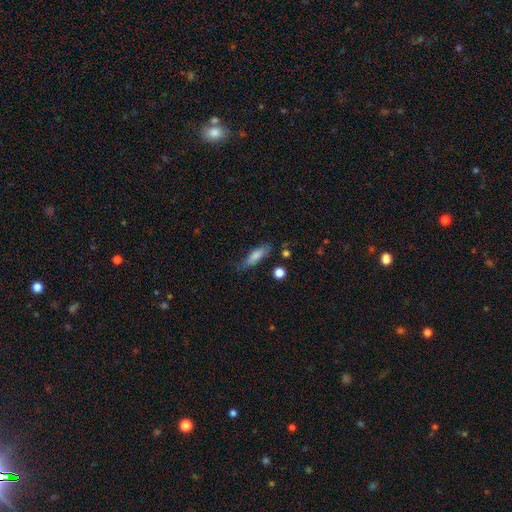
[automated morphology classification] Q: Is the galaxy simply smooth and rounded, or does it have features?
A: smooth — 77%.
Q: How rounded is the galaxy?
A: cigar-shaped — 59%.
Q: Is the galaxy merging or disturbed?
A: none — 70%.